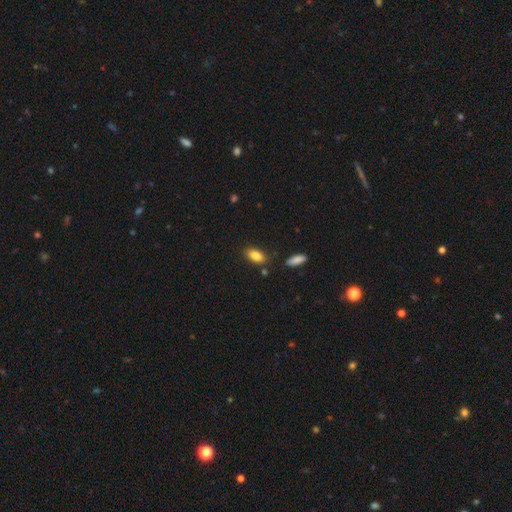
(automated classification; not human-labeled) Q: Smooth or featured?
A: smooth (85%); runner-up: star or artifact (7%)
Q: How rounded?
A: in between (87%); runner-up: cigar-shaped (9%)
Q: Merging?
A: none (79%); runner-up: minor disturbance (13%)